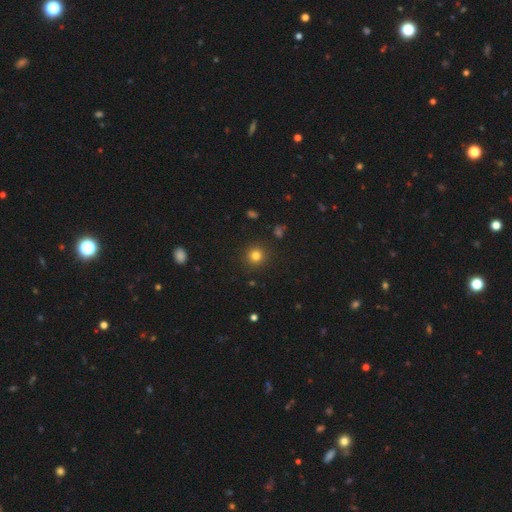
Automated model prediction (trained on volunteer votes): This appears to be a smooth galaxy with no disk features (80%) that is round (94%). Merging: none (91%).